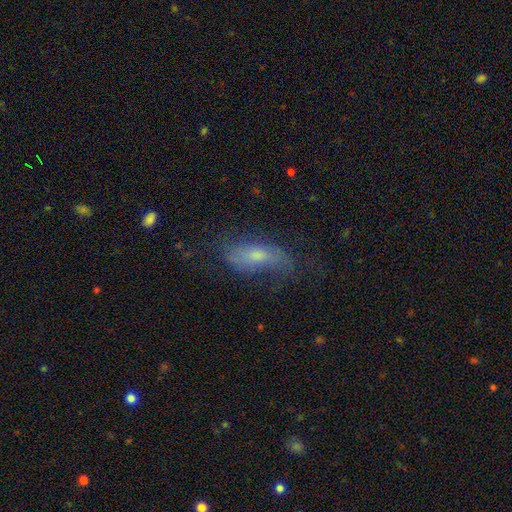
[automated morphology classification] A smooth galaxy with no disk features (50%). Merging: none (50%).